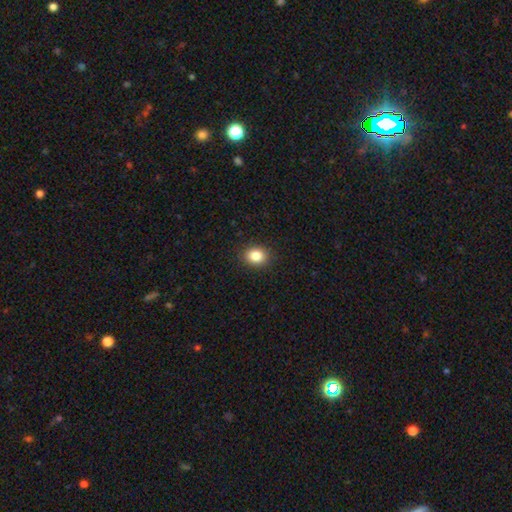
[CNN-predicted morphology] Smooth or featured? smooth (85%)
How rounded? round (58%)
Merging? none (90%)